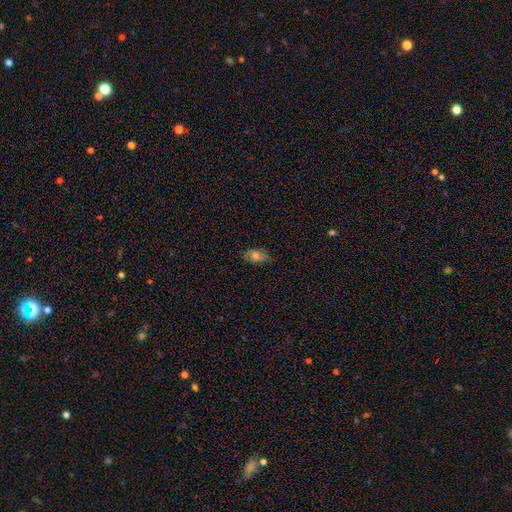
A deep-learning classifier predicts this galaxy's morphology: type=smooth (67%); roundness=in between (88%); merging=none (72%).